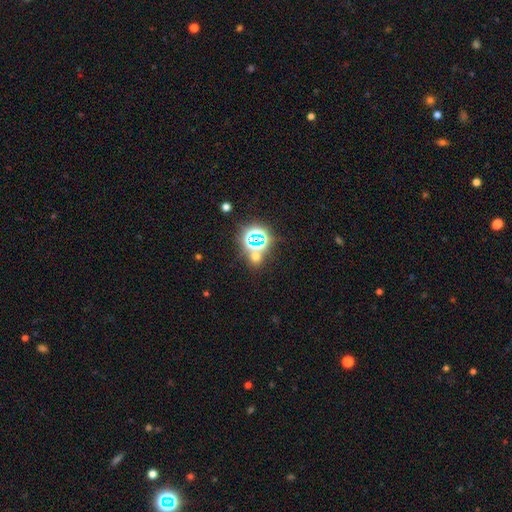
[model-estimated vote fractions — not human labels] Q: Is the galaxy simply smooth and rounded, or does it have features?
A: star or artifact — 55%.